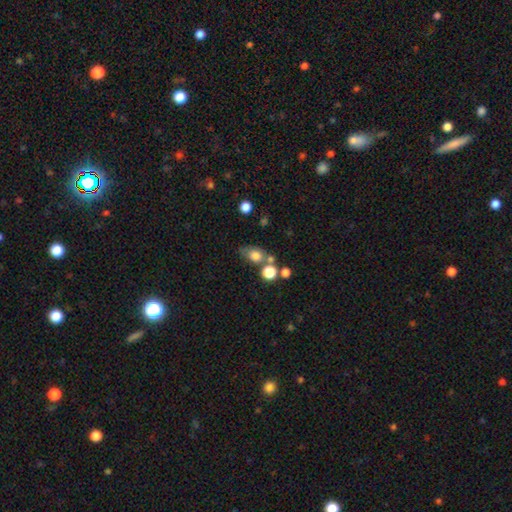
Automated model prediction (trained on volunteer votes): Smooth or featured: smooth — 75% (featured or disk — 13%)
How rounded: in between — 53% (round — 44%)
Merging: none — 49% (merger — 25%)